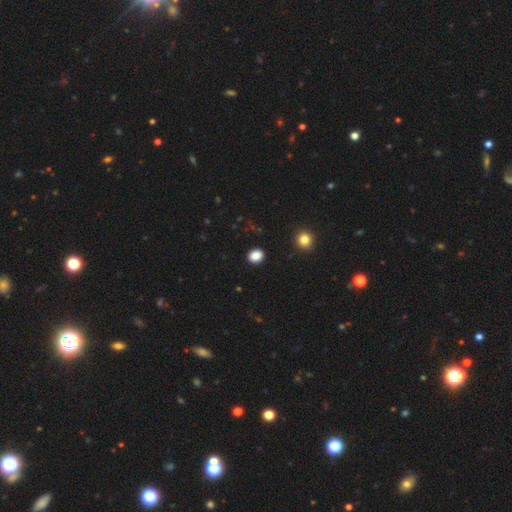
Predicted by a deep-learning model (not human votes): The model was most divided on "how rounded": round: 58%, in between: 41%, cigar-shaped: 1%. More confident: merging — none (91%); smooth or featured — smooth (87%).